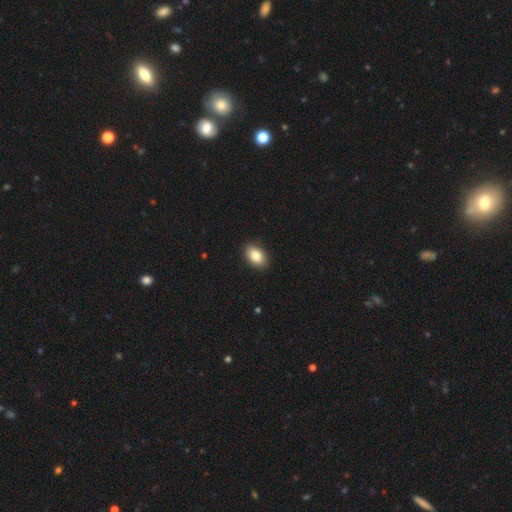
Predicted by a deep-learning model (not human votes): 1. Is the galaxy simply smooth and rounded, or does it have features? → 85% smooth, 8% star or artifact, 8% featured or disk.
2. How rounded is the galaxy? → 88% in between, 11% round, 1% cigar-shaped.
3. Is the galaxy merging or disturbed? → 90% none, 8% minor disturbance, 2% major disturbance, 1% merger.